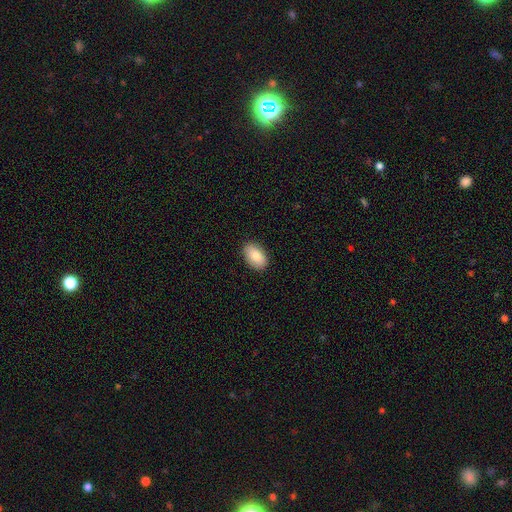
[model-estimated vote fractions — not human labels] Smooth or featured?
  - smooth: 83% *
  - featured or disk: 10%
  - star or artifact: 7%
How rounded?
  - in between: 92% *
  - round: 6%
  - cigar-shaped: 1%
Merging?
  - none: 89% *
  - minor disturbance: 8%
  - major disturbance: 2%
  - merger: 1%